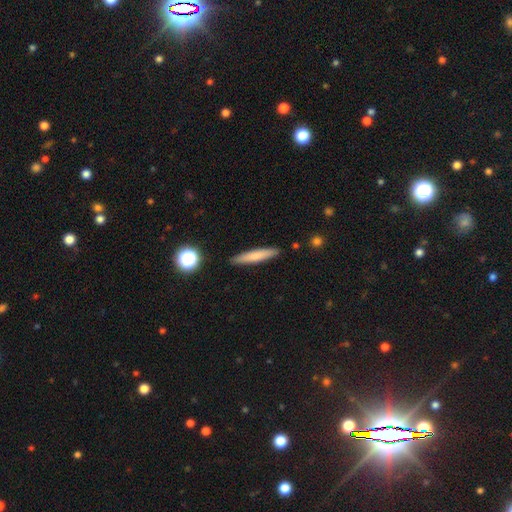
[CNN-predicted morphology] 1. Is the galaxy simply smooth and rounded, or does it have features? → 72% smooth, 21% featured or disk, 7% star or artifact.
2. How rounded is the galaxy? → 92% cigar-shaped, 7% in between, 1% round.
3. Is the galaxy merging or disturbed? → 90% none, 7% minor disturbance, 2% major disturbance, 2% merger.